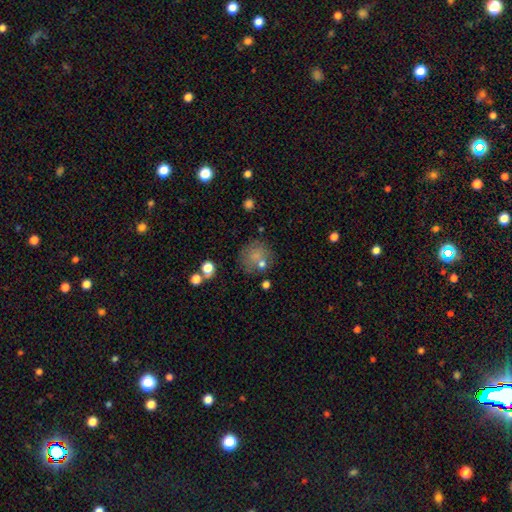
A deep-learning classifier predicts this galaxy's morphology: Smooth or featured: smooth — 71% (featured or disk — 15%)
How rounded: round — 86% (in between — 13%)
Merging: none — 63% (minor disturbance — 16%)